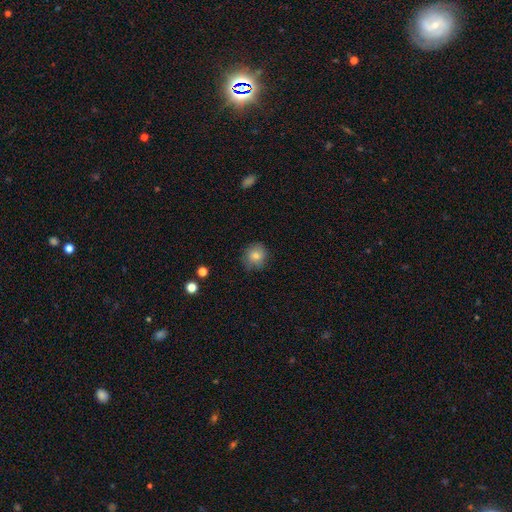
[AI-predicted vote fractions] Smooth or featured? smooth (80%)
How rounded? round (87%)
Merging? none (79%)